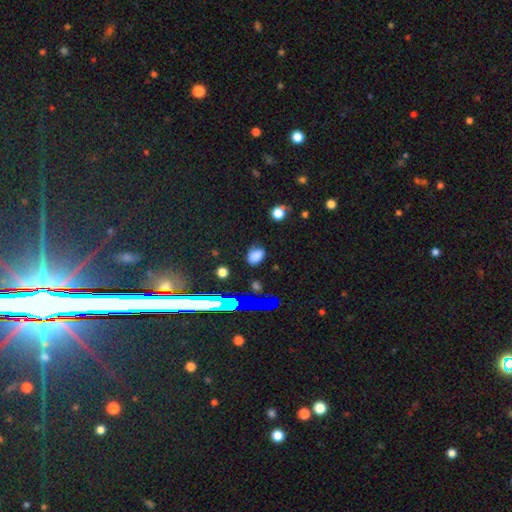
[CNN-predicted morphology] The model was most divided on "how rounded": in between: 76%, round: 22%, cigar-shaped: 2%. More confident: merging — none (78%); smooth or featured — smooth (77%).